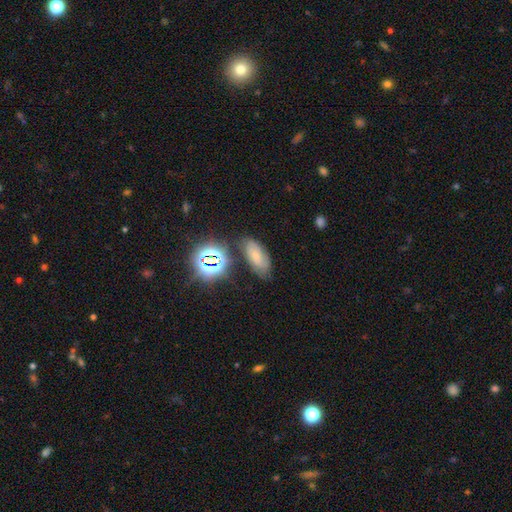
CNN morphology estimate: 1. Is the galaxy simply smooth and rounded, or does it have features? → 46% smooth, 30% featured or disk, 24% star or artifact.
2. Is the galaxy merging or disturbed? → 69% none, 20% minor disturbance, 6% major disturbance, 5% merger.